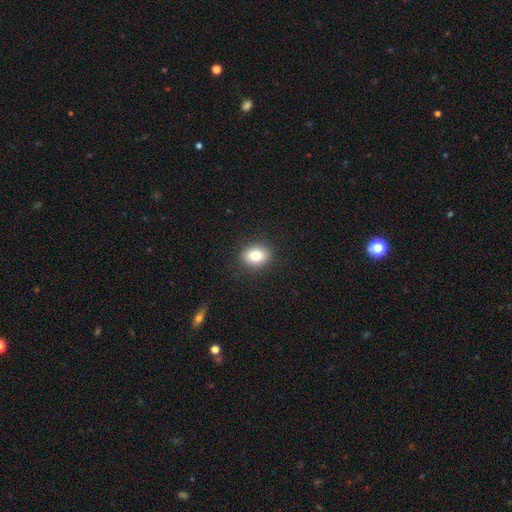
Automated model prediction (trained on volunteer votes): Smooth or featured: smooth — 80% (star or artifact — 10%)
How rounded: round — 55% (in between — 44%)
Merging: none — 90% (minor disturbance — 7%)